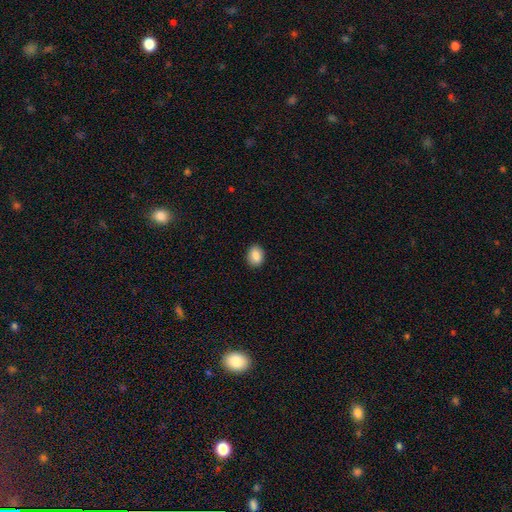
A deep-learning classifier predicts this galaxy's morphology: Smooth or featured? smooth (87%)
How rounded? in between (61%)
Merging? none (88%)